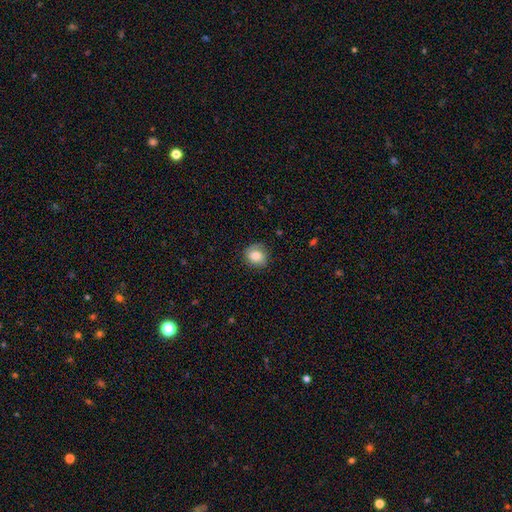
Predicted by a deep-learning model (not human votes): Smooth or featured?
  - smooth: 77% *
  - featured or disk: 15%
  - star or artifact: 9%
How rounded?
  - round: 73% *
  - in between: 27%
  - cigar-shaped: 1%
Merging?
  - none: 77% *
  - minor disturbance: 17%
  - major disturbance: 5%
  - merger: 1%